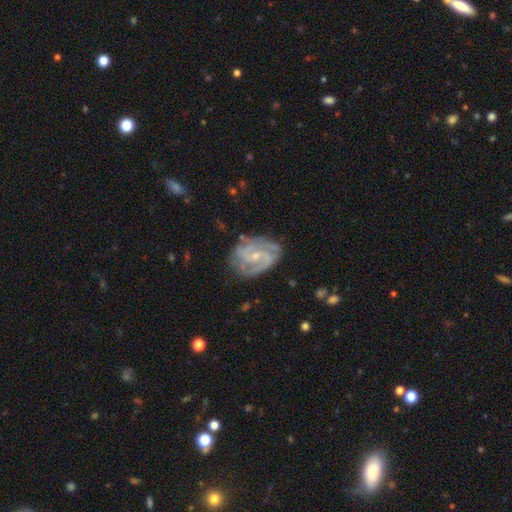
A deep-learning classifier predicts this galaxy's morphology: A featured or disk galaxy (87%) with a weak bar (47%), 2 (67%) medium (50%) spiral arms (96%) and a small central bulge (69%).

Vote fractions:
- Smooth or featured? featured or disk: 87% / smooth: 8% / star or artifact: 5%
- Edge-on disk? no: 98% / yes: 2%
- Bar? weak: 47% / no: 39% / strong: 14%
- Spiral arms? yes: 96% / no: 4%
- Spiral winding? medium: 50% / tight: 36% / loose: 14%
- Spiral arm count? 2: 67% / 3: 15% / can't tell: 10% / 1: 3% / 4: 3% / more than 4: 3%
- Bulge size? small: 69% / moderate: 26% / none: 4% / large: 1% / dominant: 1%
- Merging? none: 70% / minor disturbance: 20% / major disturbance: 7% / merger: 2%